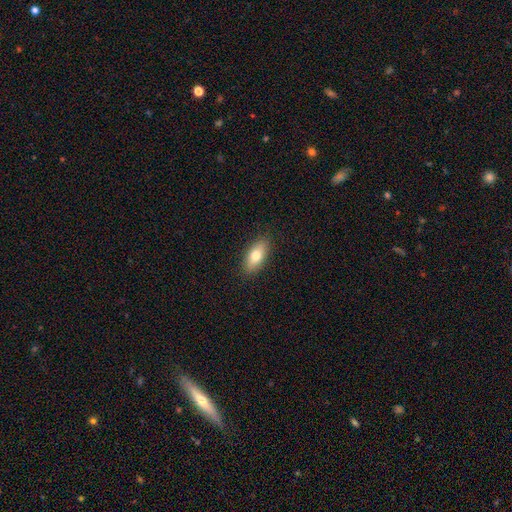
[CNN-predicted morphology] Smooth or featured?
  - smooth: 77% *
  - featured or disk: 16%
  - star or artifact: 7%
How rounded?
  - in between: 85% *
  - cigar-shaped: 12%
  - round: 4%
Merging?
  - none: 88% *
  - minor disturbance: 9%
  - major disturbance: 2%
  - merger: 1%